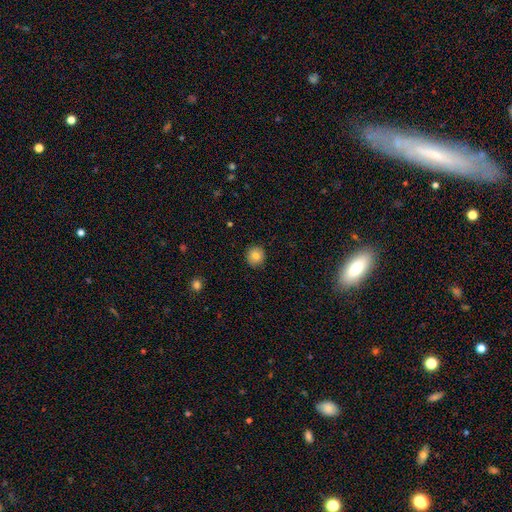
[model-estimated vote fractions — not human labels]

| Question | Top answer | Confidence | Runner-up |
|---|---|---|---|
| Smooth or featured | smooth | 81% | star or artifact (9%) |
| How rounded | round | 93% | in between (7%) |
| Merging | none | 90% | minor disturbance (7%) |